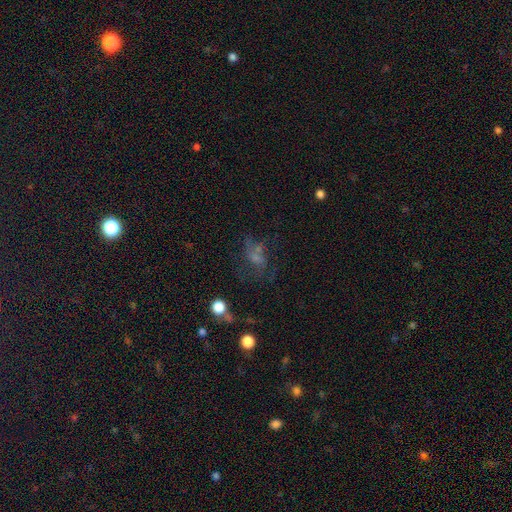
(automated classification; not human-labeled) This appears to be a featured or disk galaxy (38%). Merging: none (37%).